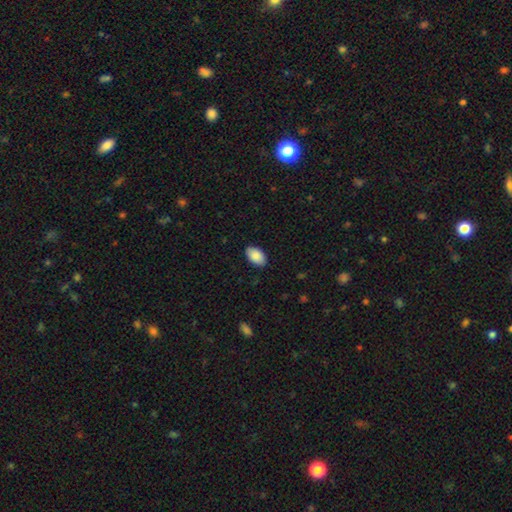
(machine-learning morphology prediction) smooth-or-featured: smooth: 89% | star or artifact: 6% | featured or disk: 5%
  how-rounded: in between: 93% | round: 6% | cigar-shaped: 1%
  merging: none: 88% | minor disturbance: 9% | major disturbance: 2% | merger: 1%